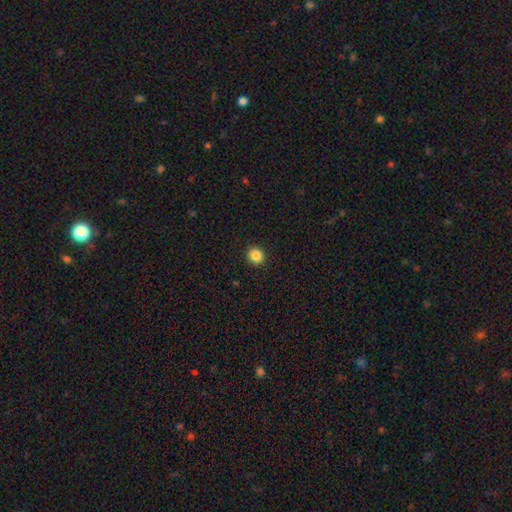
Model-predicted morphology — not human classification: Smooth or featured? Predicted: smooth (p=0.85). How rounded? Predicted: round (p=0.87). Merging? Predicted: none (p=0.93).